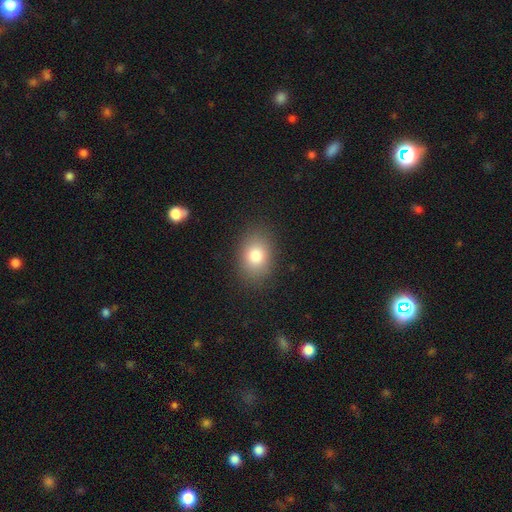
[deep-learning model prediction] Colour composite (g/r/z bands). It shows a smooth galaxy with no disk features (81%) that is in between round and cigar-shaped (67%). Merging: none (86%).